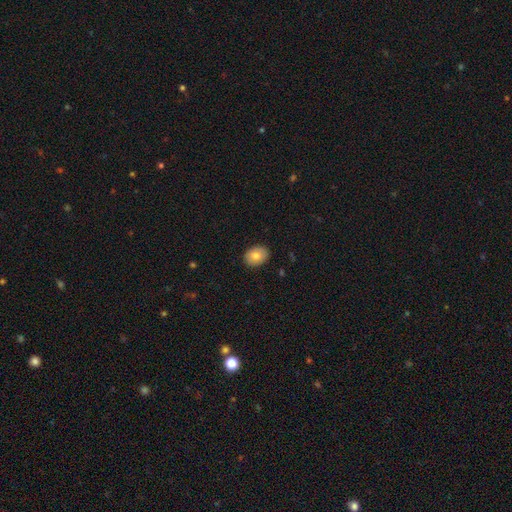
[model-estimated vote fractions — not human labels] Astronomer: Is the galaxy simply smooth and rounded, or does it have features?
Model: smooth — 80%.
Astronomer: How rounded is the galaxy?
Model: in between — 68%.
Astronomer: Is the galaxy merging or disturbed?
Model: none — 90%.